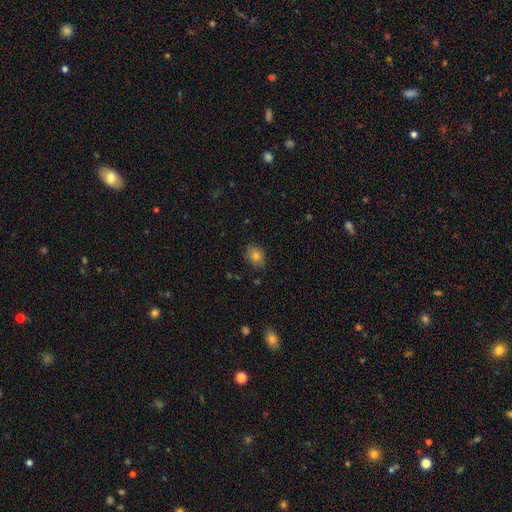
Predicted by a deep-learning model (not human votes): smooth-or-featured: smooth: 80% | star or artifact: 12% | featured or disk: 8%
  how-rounded: round: 56% | in between: 43% | cigar-shaped: 1%
  merging: none: 84% | minor disturbance: 12% | major disturbance: 2% | merger: 1%